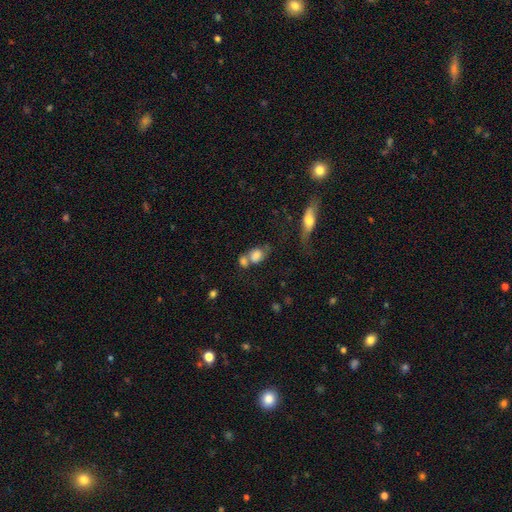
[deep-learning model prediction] The model was most divided on "merging": merger: 51%, none: 28%, minor disturbance: 13%, major disturbance: 9%. More confident: smooth or featured — smooth (70%); how rounded — in between (61%).